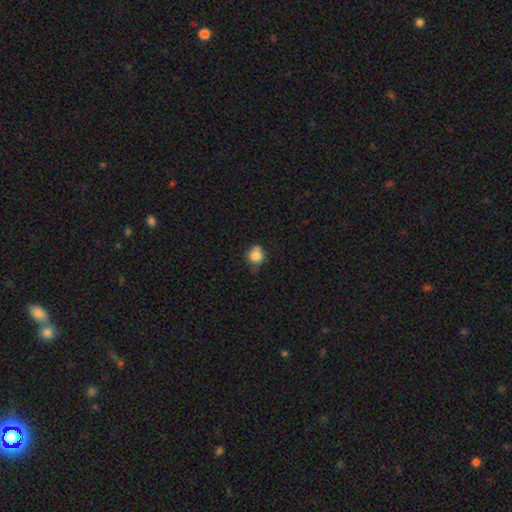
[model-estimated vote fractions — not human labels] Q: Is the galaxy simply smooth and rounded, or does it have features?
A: smooth — 80%.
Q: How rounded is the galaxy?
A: round — 76%.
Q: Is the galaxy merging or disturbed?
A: none — 52%.